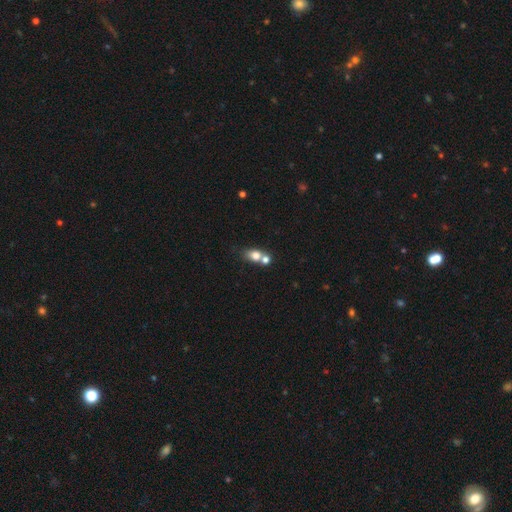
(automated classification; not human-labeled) Q: Smooth or featured?
A: smooth (75%); runner-up: featured or disk (14%)
Q: How rounded?
A: in between (58%); runner-up: round (39%)
Q: Merging?
A: merger (49%); runner-up: none (37%)